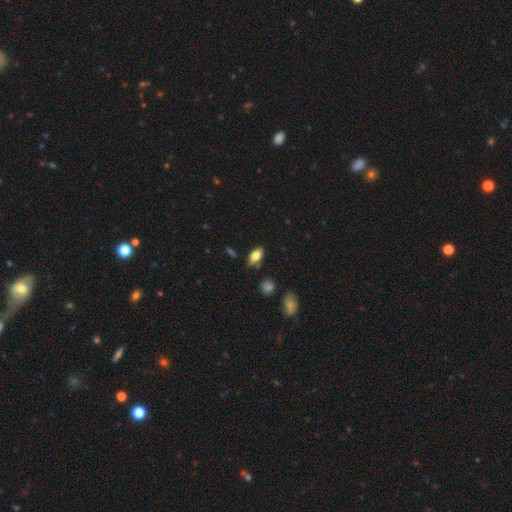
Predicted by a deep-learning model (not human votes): Smooth or featured: smooth — 73% (featured or disk — 19%)
How rounded: in between — 89% (cigar-shaped — 7%)
Merging: none — 82% (minor disturbance — 13%)